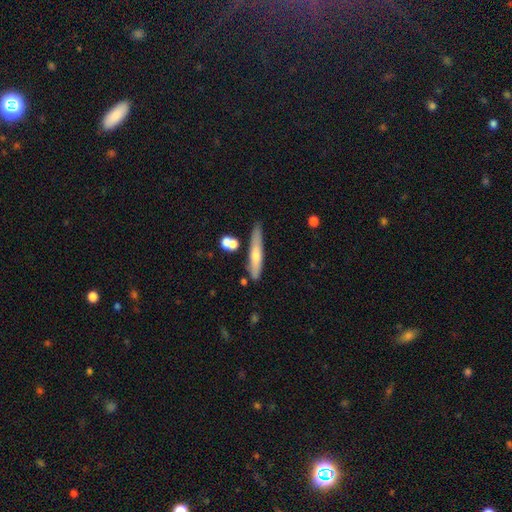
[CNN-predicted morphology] A featured or disk galaxy (47%).

Vote fractions:
- Smooth or featured? featured or disk: 47% / smooth: 45% / star or artifact: 8%
- Merging? none: 78% / minor disturbance: 14% / merger: 5% / major disturbance: 3%